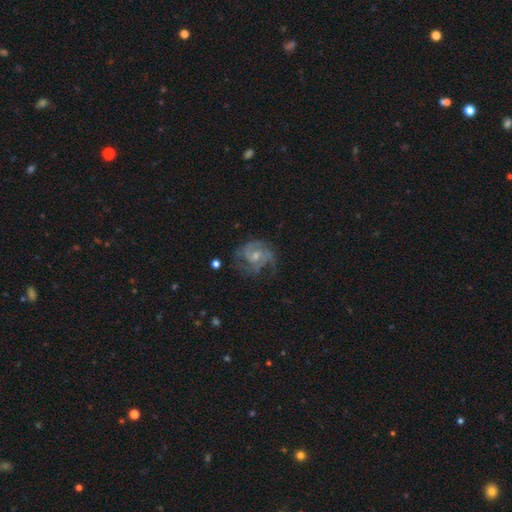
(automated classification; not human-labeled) Morphology: type=featured or disk (80%); edge-on=no (98%); bar=no (62%); spiral arms=yes (92%); winding=medium (46%); arm count=3 (31%); bulge=small (50%); merging=none (54%).